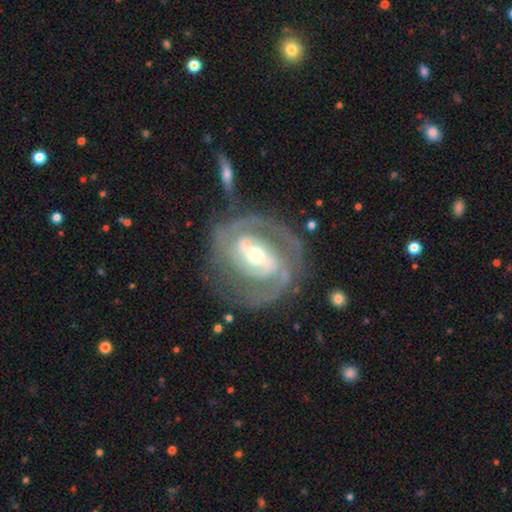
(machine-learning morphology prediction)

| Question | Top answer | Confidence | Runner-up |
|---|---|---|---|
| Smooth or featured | featured or disk | 87% | smooth (8%) |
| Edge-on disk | no | 97% | yes (3%) |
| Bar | strong | 40% | weak (36%) |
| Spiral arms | yes | 92% | no (8%) |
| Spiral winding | tight | 54% | medium (37%) |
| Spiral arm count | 2 | 67% | can't tell (14%) |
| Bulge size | moderate | 50% | small (44%) |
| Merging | none | 69% | minor disturbance (16%) |